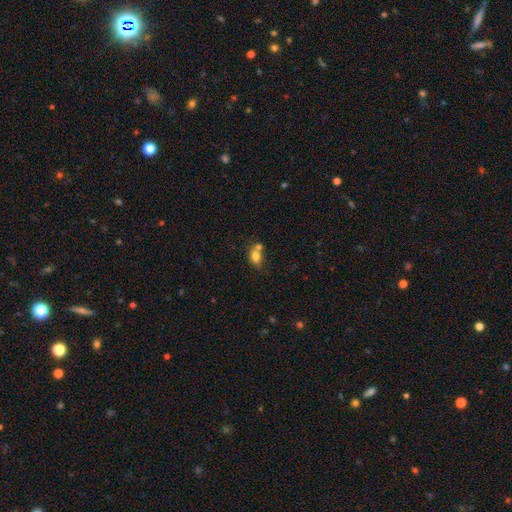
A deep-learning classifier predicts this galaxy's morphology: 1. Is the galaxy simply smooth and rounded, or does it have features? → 76% smooth, 14% featured or disk, 11% star or artifact.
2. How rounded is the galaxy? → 62% in between, 36% round, 2% cigar-shaped.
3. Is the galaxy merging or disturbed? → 47% merger, 35% none, 13% minor disturbance, 5% major disturbance.